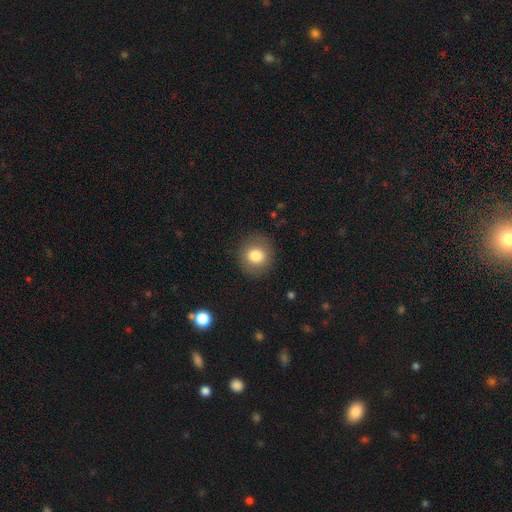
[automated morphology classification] Smooth or featured: smooth — 80% (featured or disk — 11%)
How rounded: round — 87% (in between — 12%)
Merging: none — 88% (minor disturbance — 8%)